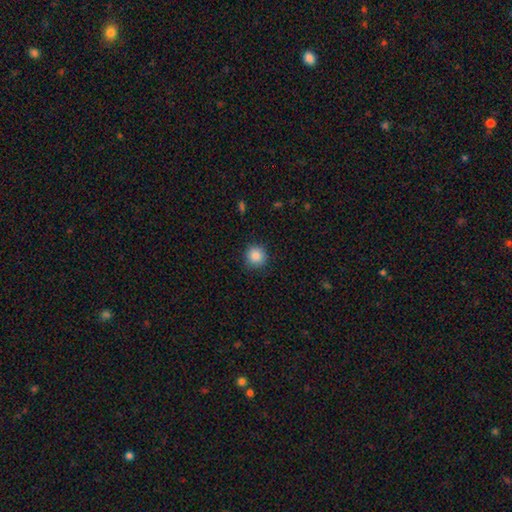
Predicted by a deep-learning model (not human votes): The model was most divided on "smooth or featured": smooth: 87%, star or artifact: 9%, featured or disk: 4%. More confident: how rounded — round (92%); merging — none (88%).